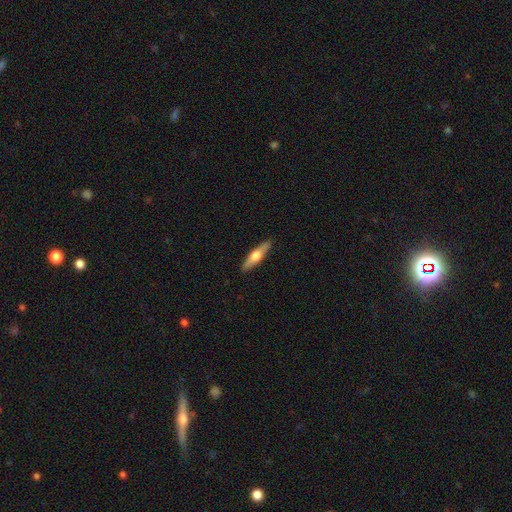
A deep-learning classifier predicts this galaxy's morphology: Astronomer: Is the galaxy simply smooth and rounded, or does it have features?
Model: smooth — 48% (runner-up: featured or disk, 46%).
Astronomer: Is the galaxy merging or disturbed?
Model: none — 88%.